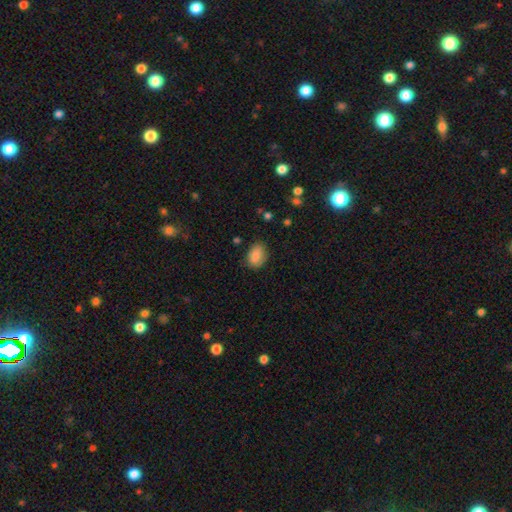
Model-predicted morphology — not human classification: smooth-or-featured: smooth: 86% | star or artifact: 7% | featured or disk: 7%
  how-rounded: in between: 84% | round: 15% | cigar-shaped: 1%
  merging: none: 77% | minor disturbance: 18% | major disturbance: 4% | merger: 1%